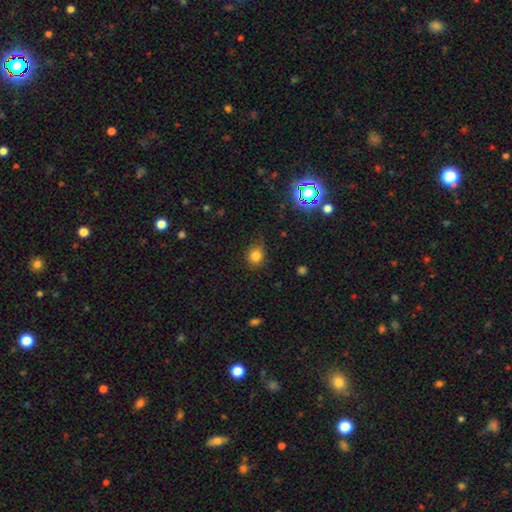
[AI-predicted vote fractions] This is clearly a smooth galaxy (81%). How rounded: likely round (76%). Merging: likely none (75%).